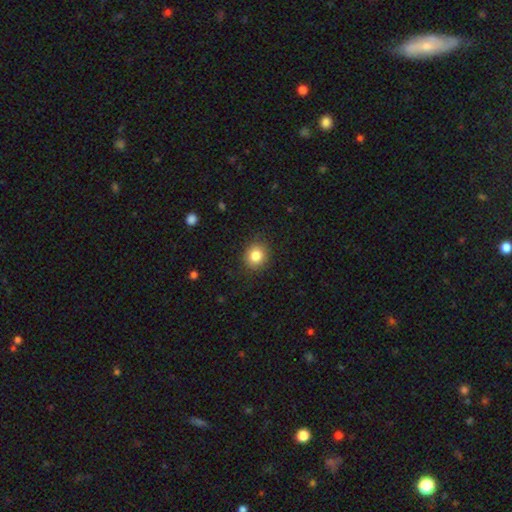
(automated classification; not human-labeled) Morphology: type=smooth (84%); roundness=round (78%); merging=none (87%).